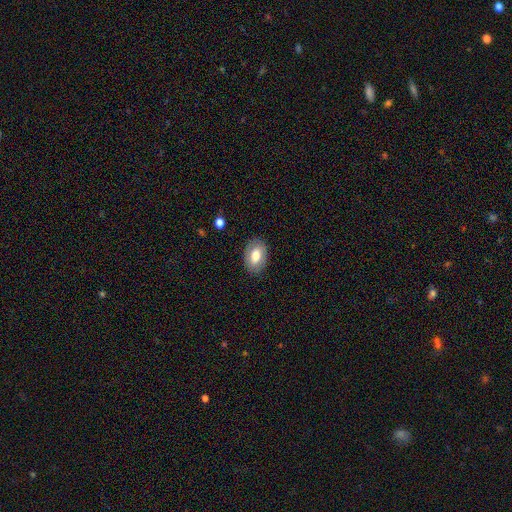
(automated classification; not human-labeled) Morphology: type=smooth (70%); roundness=in between (87%); merging=none (85%).